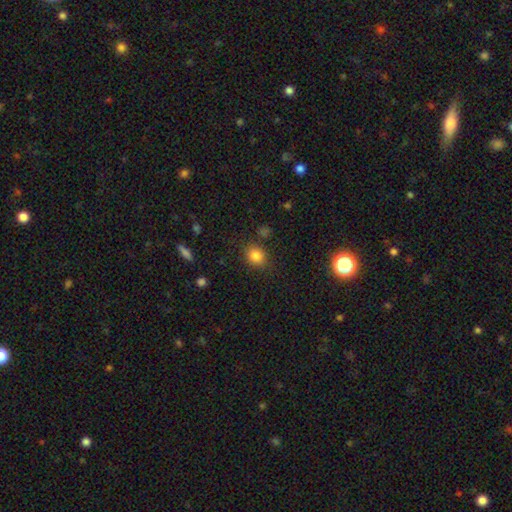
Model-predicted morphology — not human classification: Q: Smooth or featured?
A: smooth (83%); runner-up: star or artifact (12%)
Q: How rounded?
A: round (64%); runner-up: in between (35%)
Q: Merging?
A: none (81%); runner-up: minor disturbance (12%)